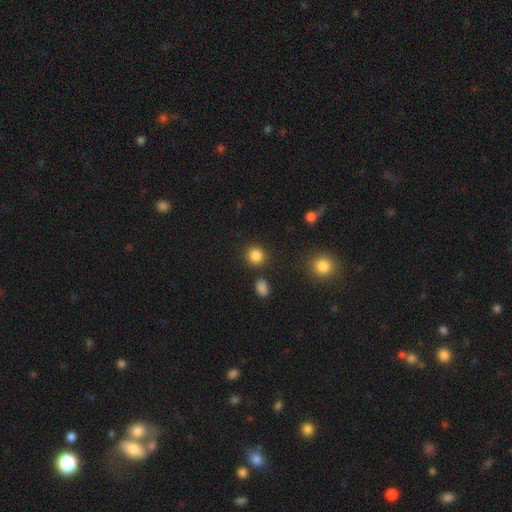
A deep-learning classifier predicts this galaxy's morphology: type=smooth (85%); roundness=round (88%); merging=none (87%).